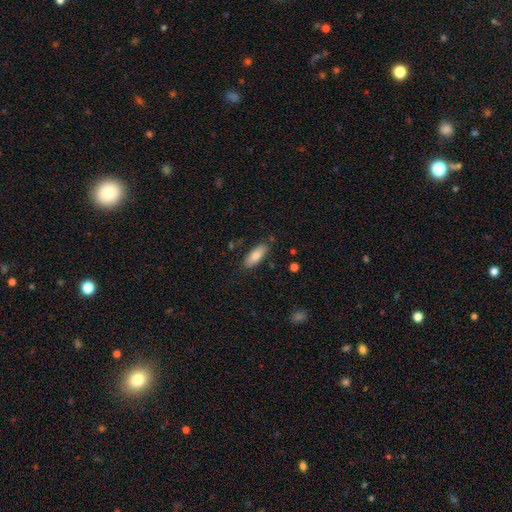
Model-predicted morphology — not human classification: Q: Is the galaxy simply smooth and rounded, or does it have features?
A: smooth — 80%.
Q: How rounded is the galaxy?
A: in between — 74%.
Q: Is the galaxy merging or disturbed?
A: none — 84%.